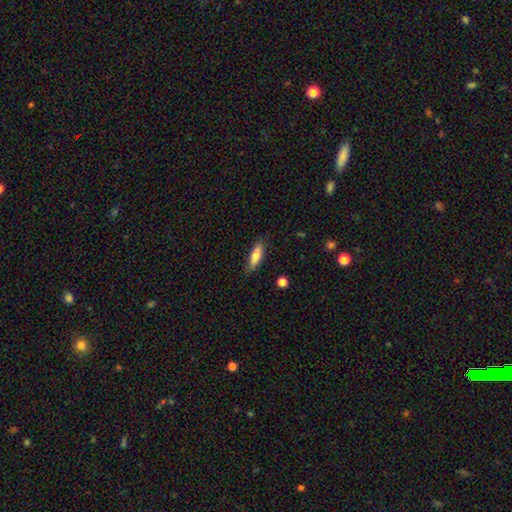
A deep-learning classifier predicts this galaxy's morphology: A smooth galaxy with no disk features (77%) that is cigar-shaped (53%).

Vote fractions:
- Smooth or featured? smooth: 77% / featured or disk: 17% / star or artifact: 6%
- How rounded? cigar-shaped: 53% / in between: 45% / round: 2%
- Merging? none: 81% / minor disturbance: 15% / major disturbance: 3% / merger: 1%